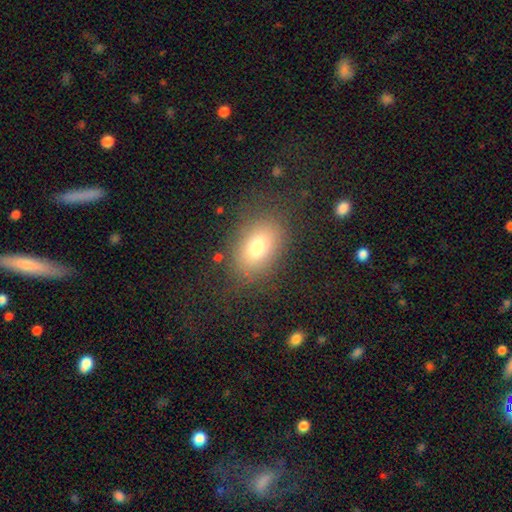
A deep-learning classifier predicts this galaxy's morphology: Overall: smooth (70%). How rounded: in between (78%). Merging: none (82%).